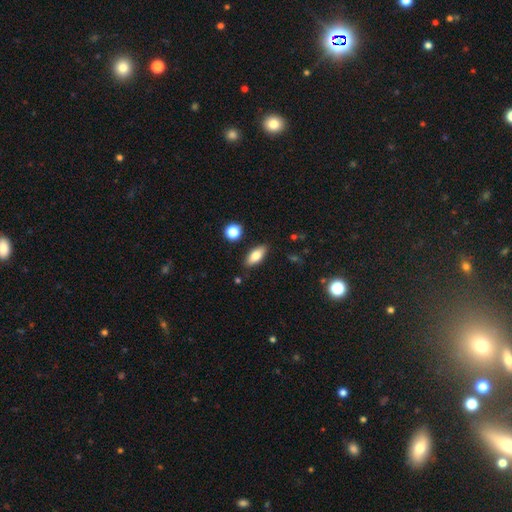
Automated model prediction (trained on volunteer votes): A smooth galaxy with no disk features (78%) that is in between round and cigar-shaped (82%). Merging: none (86%).